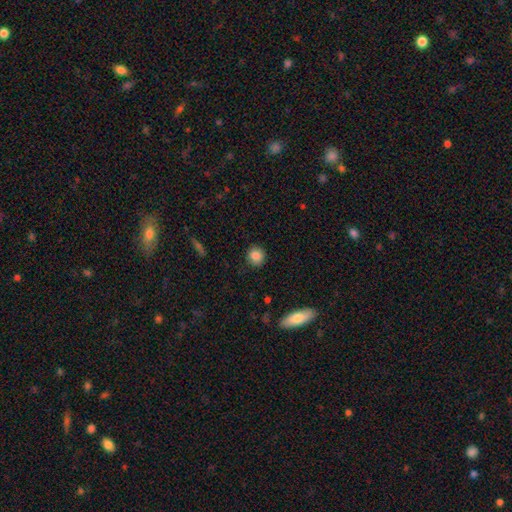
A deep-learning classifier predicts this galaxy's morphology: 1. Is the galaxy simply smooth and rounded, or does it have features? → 86% smooth, 9% star or artifact, 5% featured or disk.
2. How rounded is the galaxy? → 85% round, 14% in between, 1% cigar-shaped.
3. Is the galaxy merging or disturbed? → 88% none, 9% minor disturbance, 2% major disturbance, 1% merger.